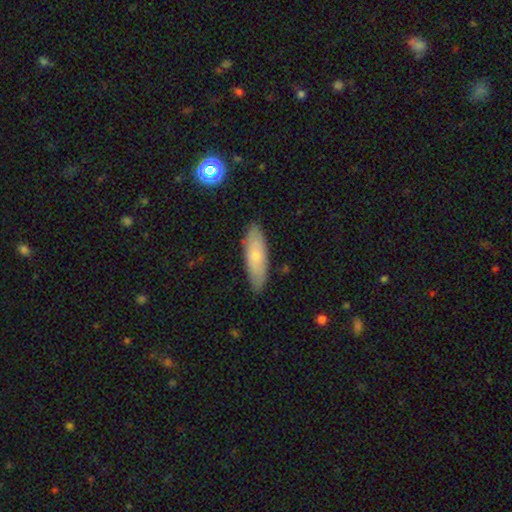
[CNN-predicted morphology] Q: Smooth or featured?
A: smooth (67%); runner-up: featured or disk (26%)
Q: How rounded?
A: in between (50%); runner-up: cigar-shaped (47%)
Q: Merging?
A: none (83%); runner-up: minor disturbance (13%)